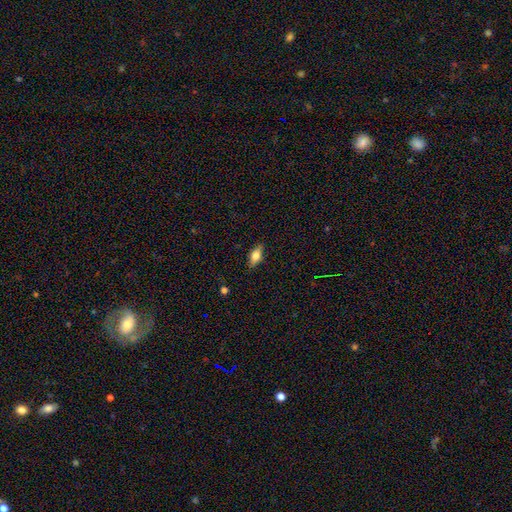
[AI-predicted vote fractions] This appears to be a smooth galaxy with no disk features (67%) that is in between round and cigar-shaped (79%). Merging: none (85%).